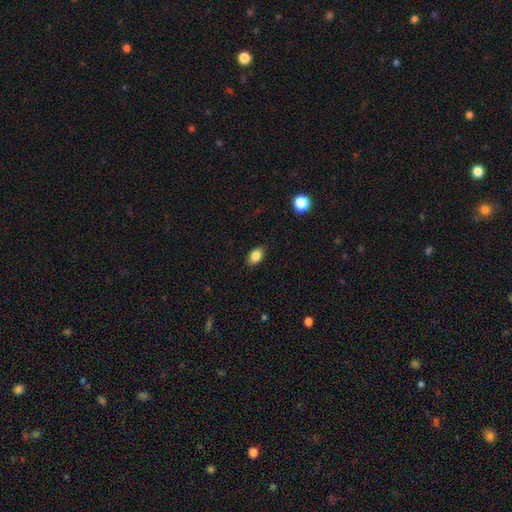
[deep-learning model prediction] The model was most divided on "how rounded": in between: 84%, round: 14%, cigar-shaped: 2%. More confident: merging — none (86%); smooth or featured — smooth (84%).